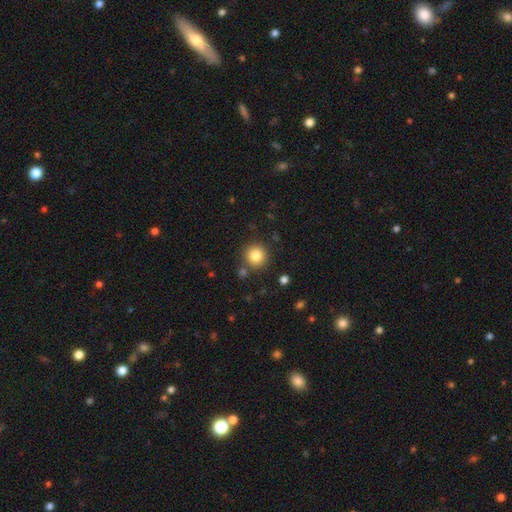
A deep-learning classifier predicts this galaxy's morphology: Smooth or featured? Predicted: smooth (p=0.83). How rounded? Predicted: round (p=0.93). Merging? Predicted: none (p=0.84).